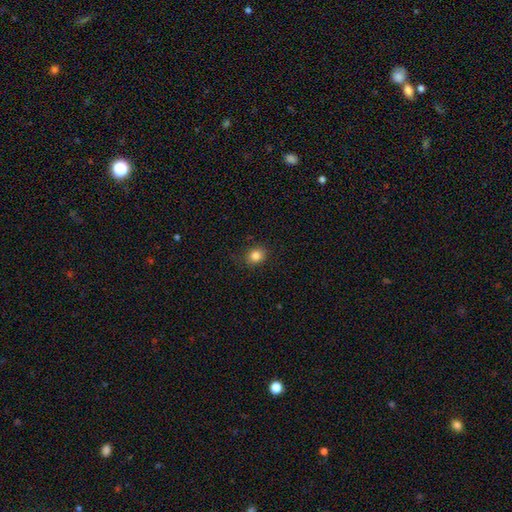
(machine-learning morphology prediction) The model was most divided on "how rounded": round: 68%, in between: 31%, cigar-shaped: 1%. More confident: merging — none (87%); smooth or featured — smooth (84%).